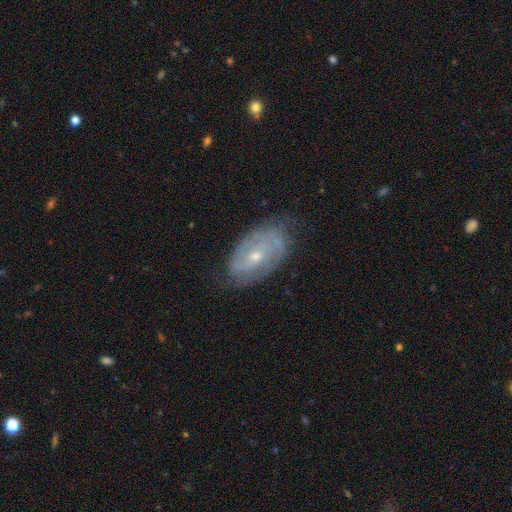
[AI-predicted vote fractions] Smooth or featured?
  - featured or disk: 81% *
  - smooth: 13%
  - star or artifact: 6%
Edge-on disk?
  - no: 95% *
  - yes: 5%
Bar?
  - no: 50% *
  - weak: 38%
  - strong: 11%
Spiral arms?
  - yes: 91% *
  - no: 9%
Spiral winding?
  - tight: 55% *
  - medium: 34%
  - loose: 10%
Spiral arm count?
  - 2: 54% *
  - can't tell: 25%
  - 3: 11%
  - 1: 4%
  - 4: 3%
  - more than 4: 3%
Bulge size?
  - small: 55% *
  - moderate: 43%
  - large: 1%
  - none: 1%
  - dominant: 1%
Merging?
  - none: 71% *
  - minor disturbance: 21%
  - major disturbance: 6%
  - merger: 1%